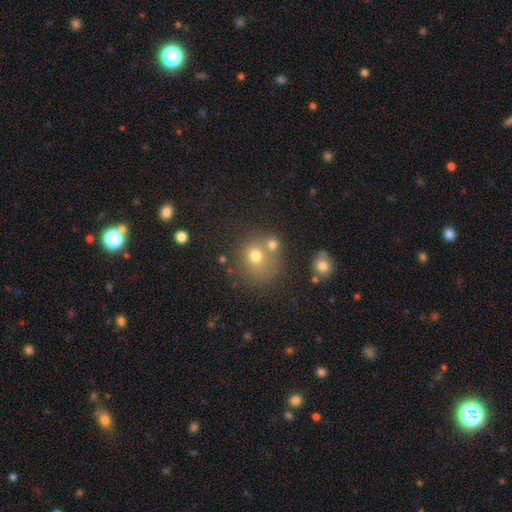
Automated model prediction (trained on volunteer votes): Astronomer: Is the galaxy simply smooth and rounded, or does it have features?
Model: smooth — 70%.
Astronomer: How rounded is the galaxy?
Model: round — 81%.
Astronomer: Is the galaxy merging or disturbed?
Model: none — 49% (runner-up: merger, 32%).